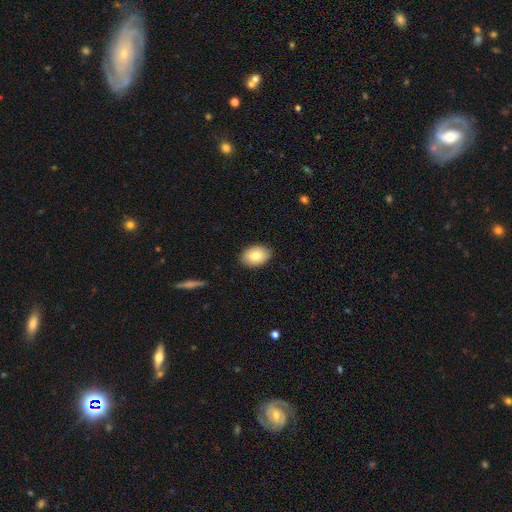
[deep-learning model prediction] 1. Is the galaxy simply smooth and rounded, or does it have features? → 80% smooth, 13% featured or disk, 7% star or artifact.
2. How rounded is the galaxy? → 85% in between, 14% round, 1% cigar-shaped.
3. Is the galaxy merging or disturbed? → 88% none, 9% minor disturbance, 2% major disturbance, 1% merger.